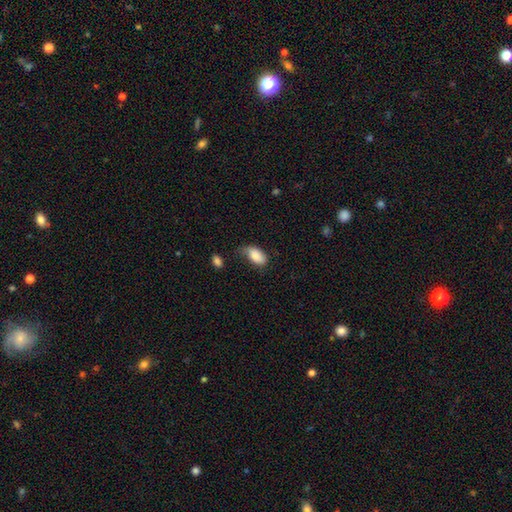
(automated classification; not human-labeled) smooth_or_featured: smooth (p=0.84) [alt: featured or disk p=0.09]
how_rounded: in between (p=0.93) [alt: round p=0.04]
merging: none (p=0.47) [alt: minor disturbance p=0.36]